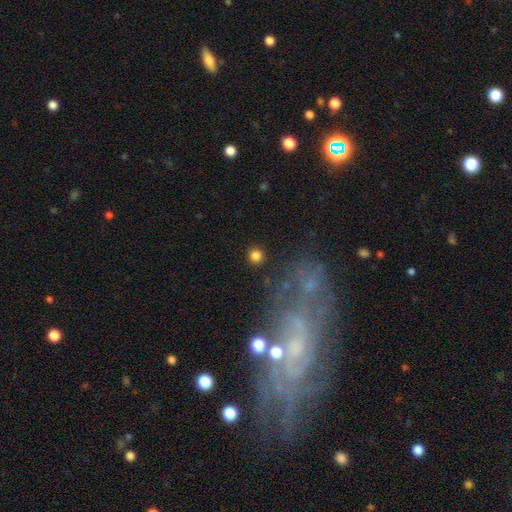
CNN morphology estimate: smooth_or_featured: smooth (p=0.82) [alt: star or artifact p=0.13]
how_rounded: round (p=0.95) [alt: in between p=0.04]
merging: none (p=0.91) [alt: minor disturbance p=0.05]